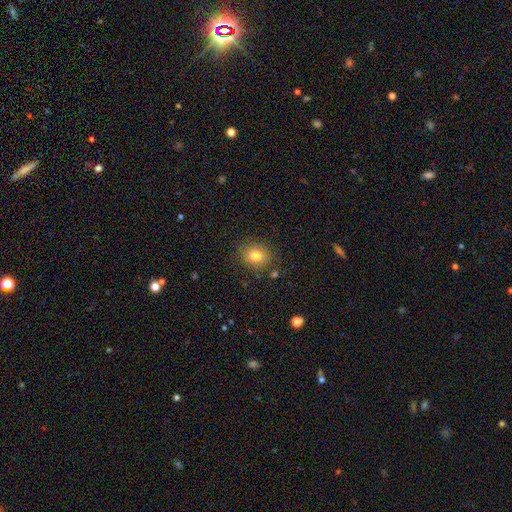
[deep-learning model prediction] smooth 80%, star or artifact 11%, featured or disk 9%. Down the decision tree: how rounded — round (65%); merging — none (85%).